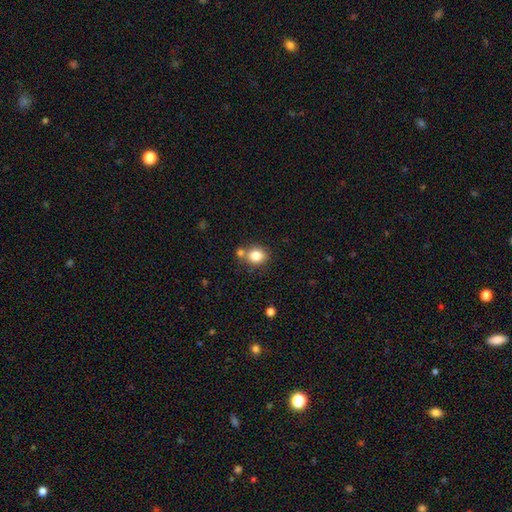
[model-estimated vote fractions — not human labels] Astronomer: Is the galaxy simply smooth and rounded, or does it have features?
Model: smooth — 82%.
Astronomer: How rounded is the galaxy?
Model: round — 69%.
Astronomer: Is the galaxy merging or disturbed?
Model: none — 65%.